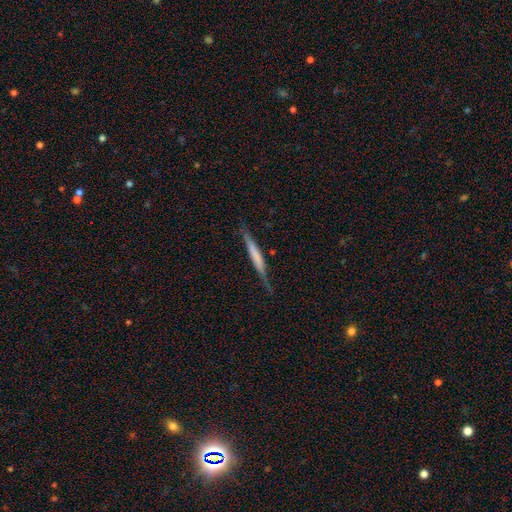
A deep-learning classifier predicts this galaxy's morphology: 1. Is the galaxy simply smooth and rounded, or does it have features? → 48% featured or disk, 46% smooth, 6% star or artifact.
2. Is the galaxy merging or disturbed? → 75% none, 19% minor disturbance, 5% major disturbance, 2% merger.